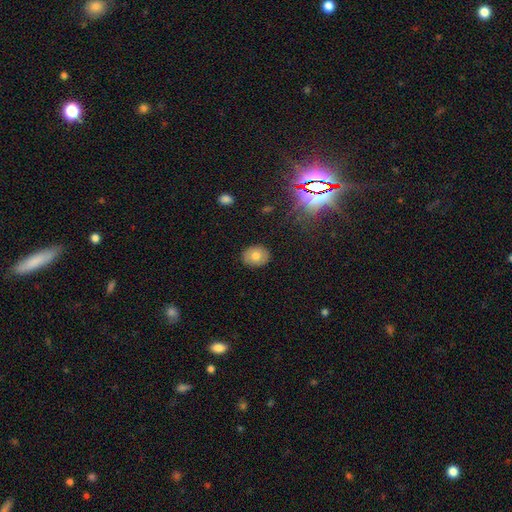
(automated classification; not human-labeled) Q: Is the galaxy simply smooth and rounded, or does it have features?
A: smooth — 73%.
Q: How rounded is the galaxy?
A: round — 53%.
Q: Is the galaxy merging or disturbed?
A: none — 88%.